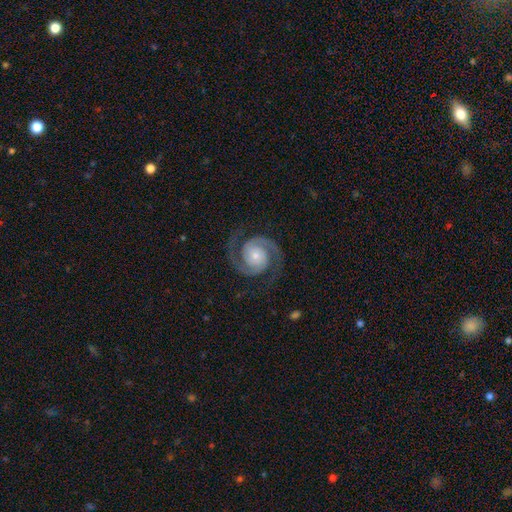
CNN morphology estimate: Smooth or featured: featured or disk — 93% (star or artifact — 4%)
Edge-on disk: no — 98% (yes — 2%)
Bar: no — 72% (weak — 20%)
Spiral arms: yes — 99% (no — 1%)
Spiral winding: medium — 48% (tight — 45%)
Spiral arm count: 2 — 95% (3 — 1%)
Bulge size: small — 56% (moderate — 35%)
Merging: none — 84% (minor disturbance — 10%)